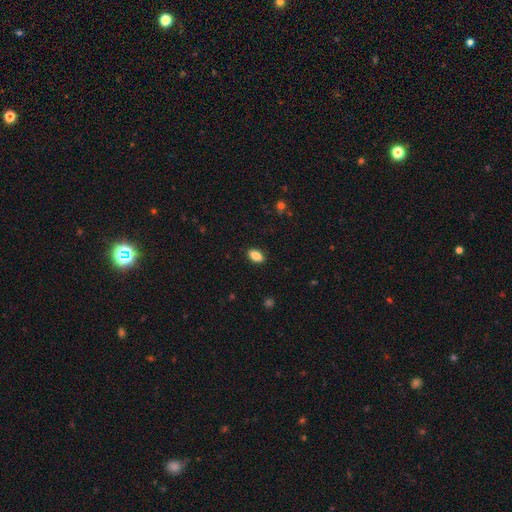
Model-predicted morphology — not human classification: Overall: smooth (85%). How rounded: in between (89%). Merging: none (89%).